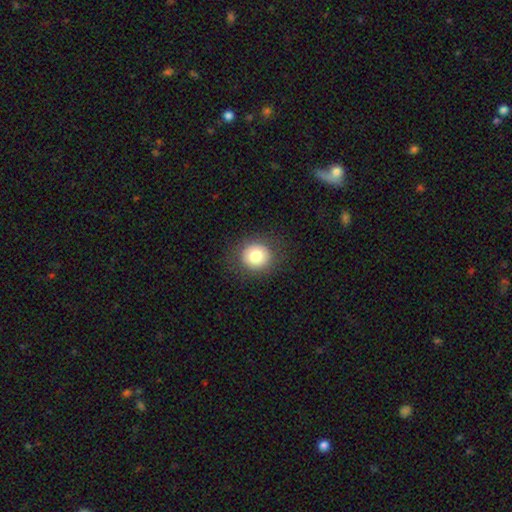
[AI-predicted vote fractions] Smooth or featured: smooth — 79% (featured or disk — 11%)
How rounded: round — 89% (in between — 10%)
Merging: none — 88% (minor disturbance — 8%)